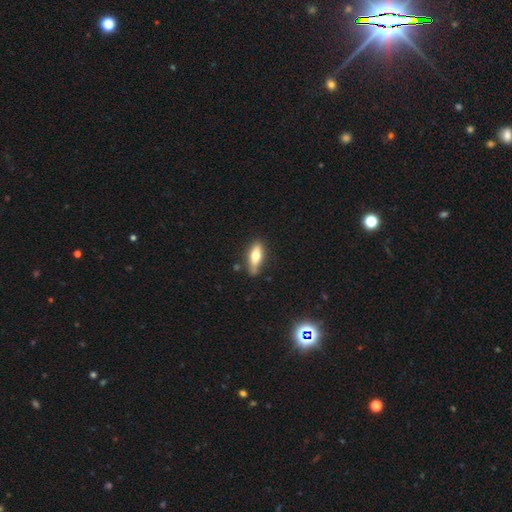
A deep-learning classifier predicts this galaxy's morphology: smooth_or_featured: smooth (p=0.65) [alt: featured or disk p=0.28]
how_rounded: in between (p=0.60) [alt: cigar-shaped p=0.37]
merging: none (p=0.75) [alt: minor disturbance p=0.18]